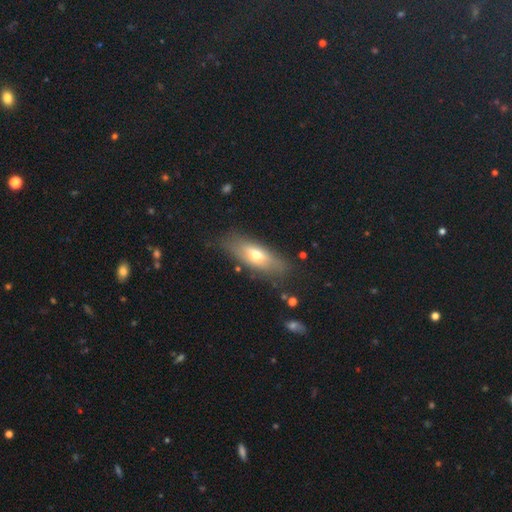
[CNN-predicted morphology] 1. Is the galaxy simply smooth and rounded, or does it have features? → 58% smooth, 34% featured or disk, 8% star or artifact.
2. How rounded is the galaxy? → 65% in between, 32% cigar-shaped, 4% round.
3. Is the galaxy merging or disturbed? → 78% none, 15% minor disturbance, 5% major disturbance, 2% merger.